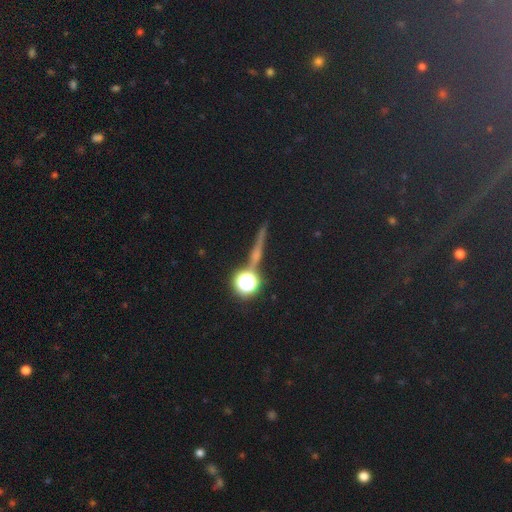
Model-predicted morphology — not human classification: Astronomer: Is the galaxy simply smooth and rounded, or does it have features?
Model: star or artifact — 50%.